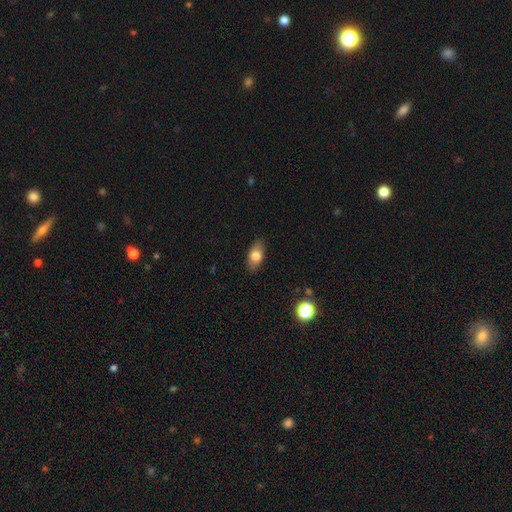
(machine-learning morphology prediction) type=smooth (77%); roundness=in between (89%); merging=none (86%).